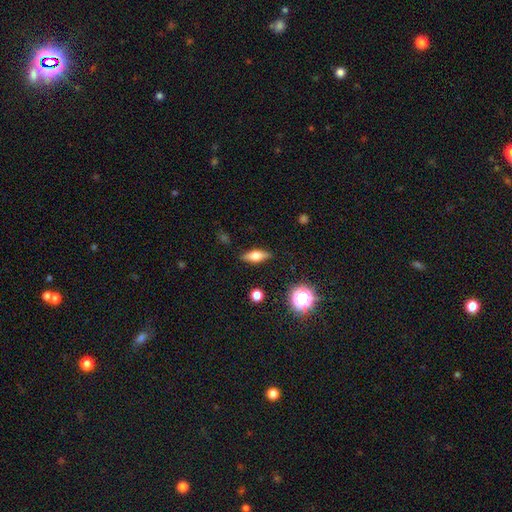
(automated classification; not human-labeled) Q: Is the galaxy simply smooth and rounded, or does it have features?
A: smooth — 54%.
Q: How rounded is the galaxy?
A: in between — 62%.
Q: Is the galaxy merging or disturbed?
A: none — 86%.